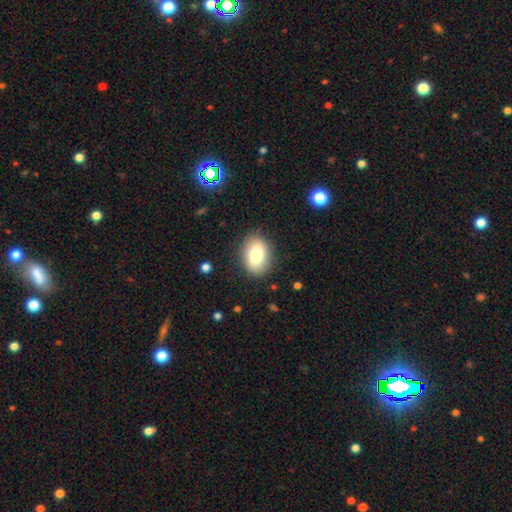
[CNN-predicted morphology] This appears to be a smooth galaxy with no disk features (78%) that is in between round and cigar-shaped (78%). Merging: none (86%).